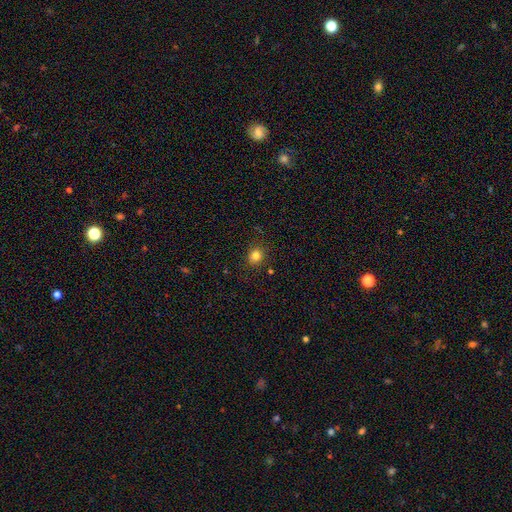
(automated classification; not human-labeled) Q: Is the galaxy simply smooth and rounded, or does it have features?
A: smooth — 82%.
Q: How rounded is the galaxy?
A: round — 80%.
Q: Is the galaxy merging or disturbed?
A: none — 88%.